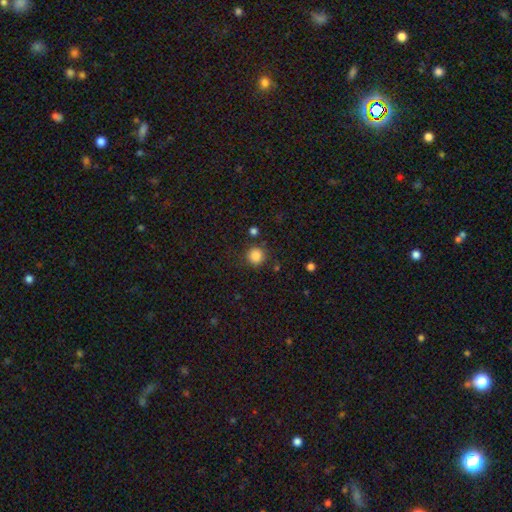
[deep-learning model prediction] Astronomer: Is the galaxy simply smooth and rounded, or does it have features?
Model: smooth — 86%.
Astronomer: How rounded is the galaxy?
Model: round — 93%.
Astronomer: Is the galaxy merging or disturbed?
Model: none — 86%.